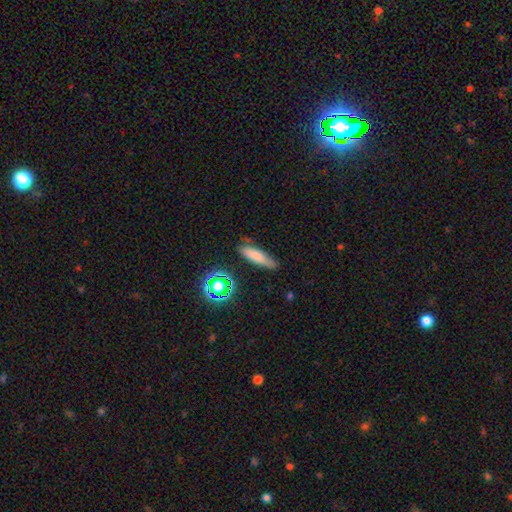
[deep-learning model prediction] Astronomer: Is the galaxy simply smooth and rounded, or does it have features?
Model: smooth — 74%.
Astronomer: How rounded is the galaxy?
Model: cigar-shaped — 66%.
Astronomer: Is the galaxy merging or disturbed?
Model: none — 76%.